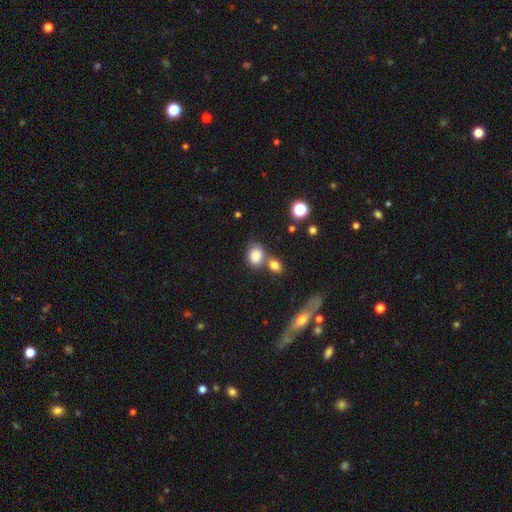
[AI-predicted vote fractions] Smooth or featured: smooth — 81% (star or artifact — 11%)
How rounded: in between — 63% (round — 36%)
Merging: none — 49% (merger — 29%)